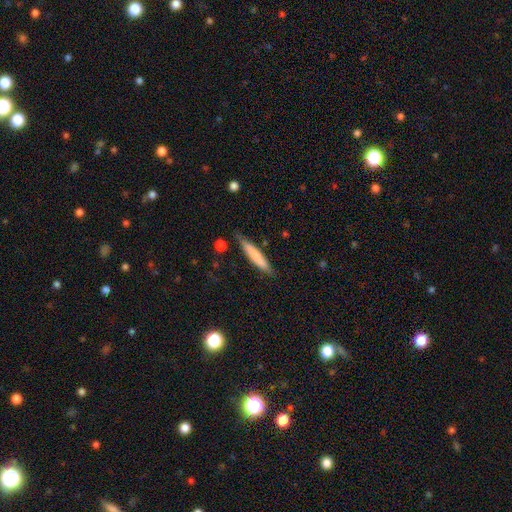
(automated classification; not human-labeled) Overall: smooth (72%). How rounded: cigar-shaped (91%). Merging: none (79%).